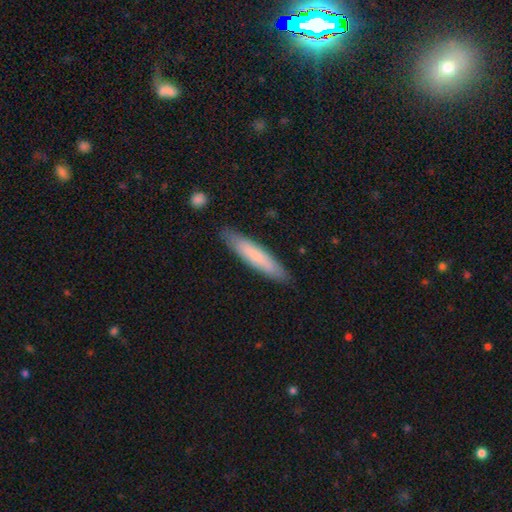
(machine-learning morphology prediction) Overall: smooth (70%). How rounded: cigar-shaped (88%). Merging: none (88%).